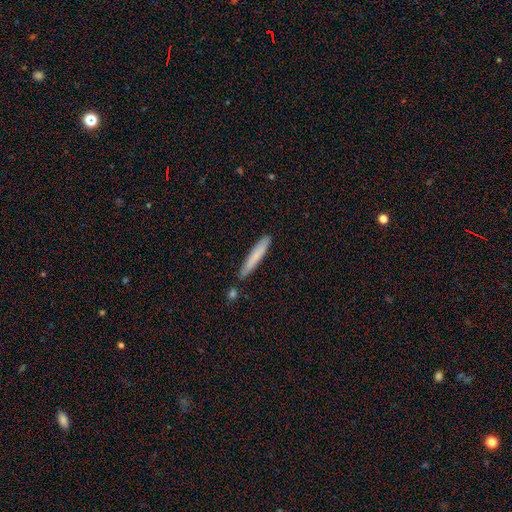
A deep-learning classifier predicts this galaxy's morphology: Q: Smooth or featured?
A: smooth (75%); runner-up: featured or disk (19%)
Q: How rounded?
A: cigar-shaped (94%); runner-up: in between (5%)
Q: Merging?
A: none (84%); runner-up: minor disturbance (11%)